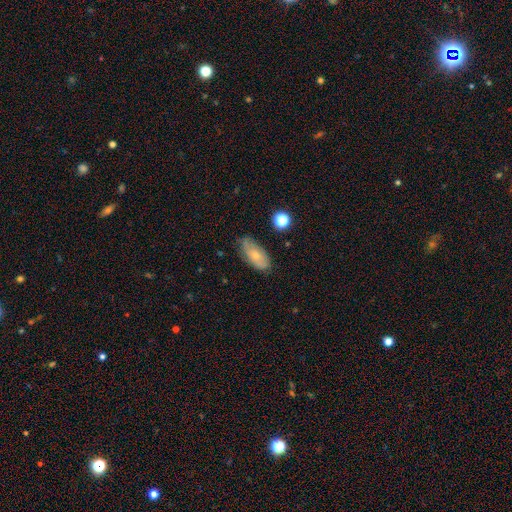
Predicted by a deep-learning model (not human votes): This is possibly a smooth galaxy (57%). How rounded: clearly in between (88%). Merging: likely none (68%).